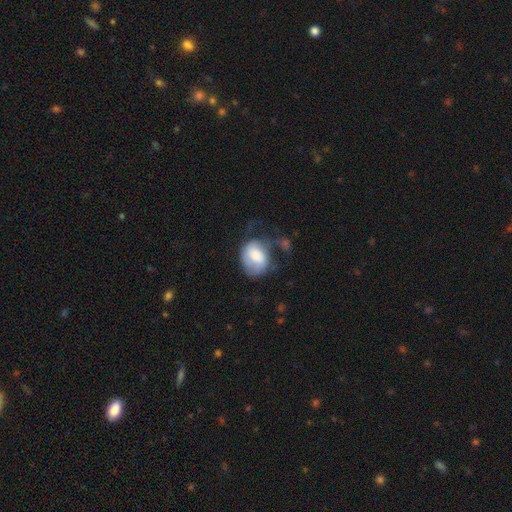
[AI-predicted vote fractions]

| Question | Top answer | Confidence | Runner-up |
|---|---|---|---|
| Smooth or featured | smooth | 66% | featured or disk (27%) |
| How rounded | in between | 58% | round (41%) |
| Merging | major disturbance | 39% | minor disturbance (29%) |